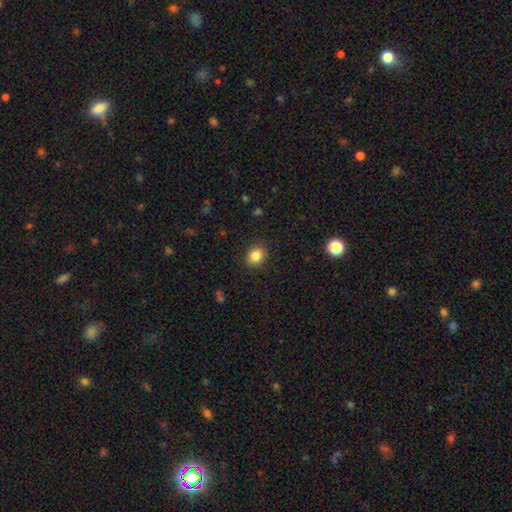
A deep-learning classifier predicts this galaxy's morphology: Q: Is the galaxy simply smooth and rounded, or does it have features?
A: smooth — 84%.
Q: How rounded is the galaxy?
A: round — 59%.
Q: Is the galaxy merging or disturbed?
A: none — 87%.